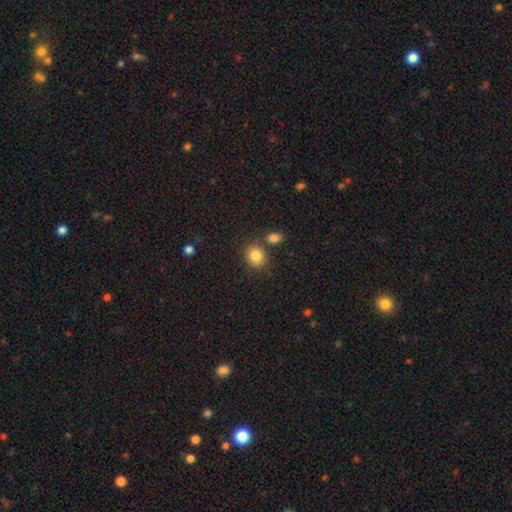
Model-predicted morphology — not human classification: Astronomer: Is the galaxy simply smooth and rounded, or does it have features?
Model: smooth — 84%.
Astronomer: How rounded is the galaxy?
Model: round — 66%.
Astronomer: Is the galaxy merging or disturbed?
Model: none — 74%.